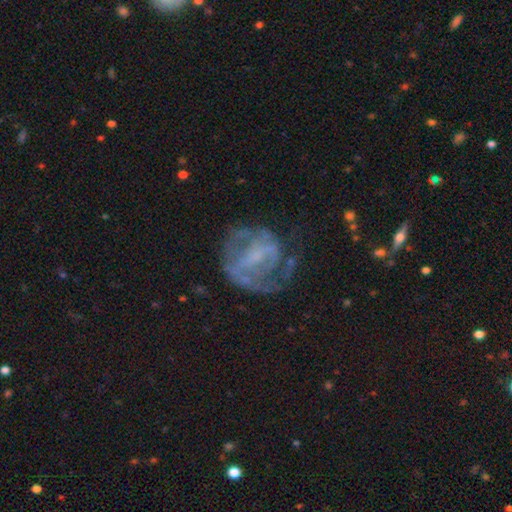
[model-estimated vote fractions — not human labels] featured or disk 71%, smooth 17%, star or artifact 12%. Down the decision tree: edge-on disk — no (97%); bar — weak (43%); spiral arms — yes (69%); bulge size — small (44%); merging — none (53%).